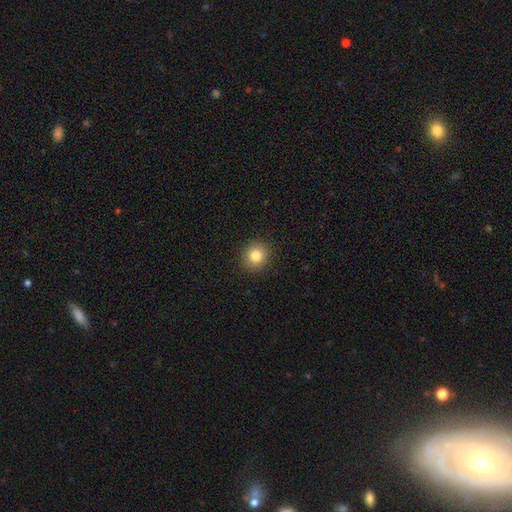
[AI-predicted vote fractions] smooth_or_featured: smooth (p=0.82) [alt: star or artifact p=0.11]
how_rounded: round (p=0.85) [alt: in between p=0.14]
merging: none (p=0.91) [alt: minor disturbance p=0.06]